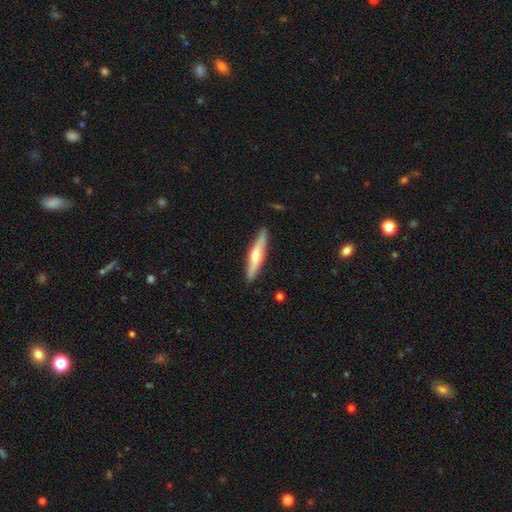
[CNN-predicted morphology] This appears to be a featured or disk galaxy (51%) viewed edge-on (92%). Merging: none (88%).